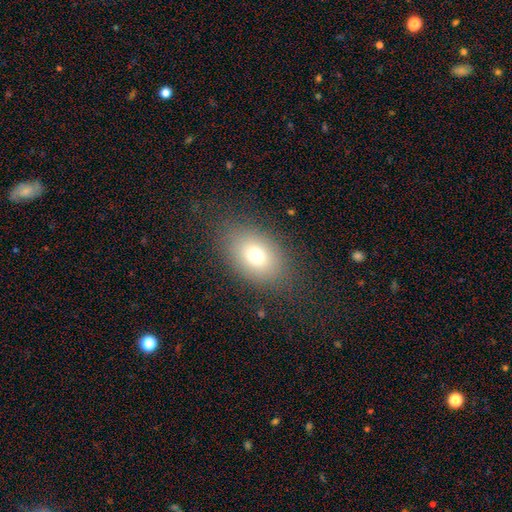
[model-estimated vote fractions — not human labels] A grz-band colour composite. It shows a smooth galaxy with no disk features (72%) that is in between round and cigar-shaped (77%). Merging: none (81%).